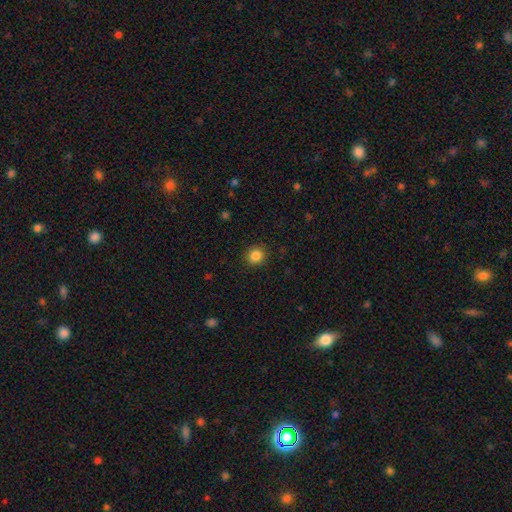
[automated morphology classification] smooth_or_featured: smooth (p=0.86) [alt: star or artifact p=0.10]
how_rounded: round (p=0.89) [alt: in between p=0.10]
merging: none (p=0.90) [alt: minor disturbance p=0.07]